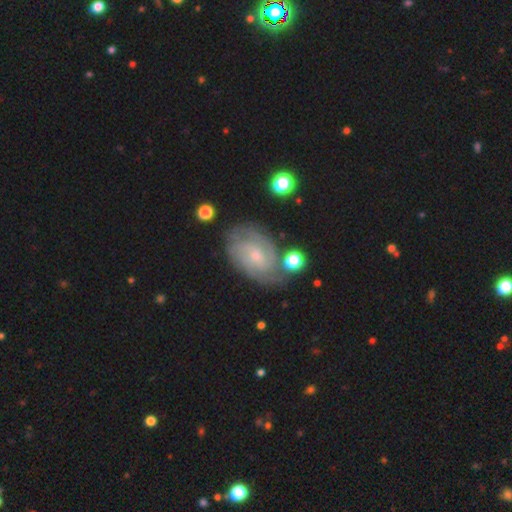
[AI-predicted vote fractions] featured or disk 82%, smooth 12%, star or artifact 6%. Down the decision tree: edge-on disk — no (97%); bar — no (57%); spiral arms — yes (96%); spiral arm count — 2 (36%); spiral winding — tight (62%); bulge size — small (71%); merging — none (73%).